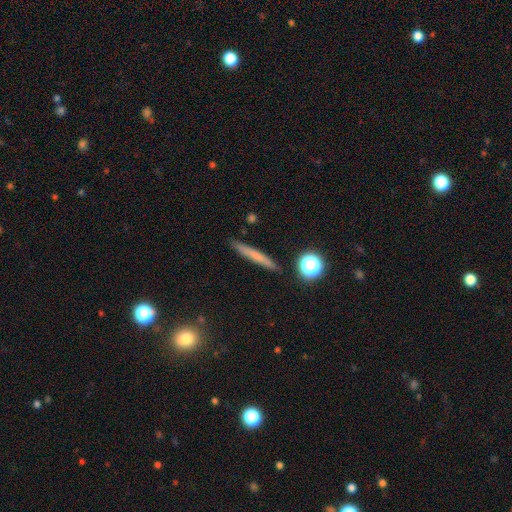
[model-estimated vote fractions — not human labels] smooth_or_featured: smooth (p=0.62) [alt: featured or disk p=0.27]
how_rounded: cigar-shaped (p=0.93) [alt: round p=0.04]
merging: none (p=0.89) [alt: minor disturbance p=0.08]